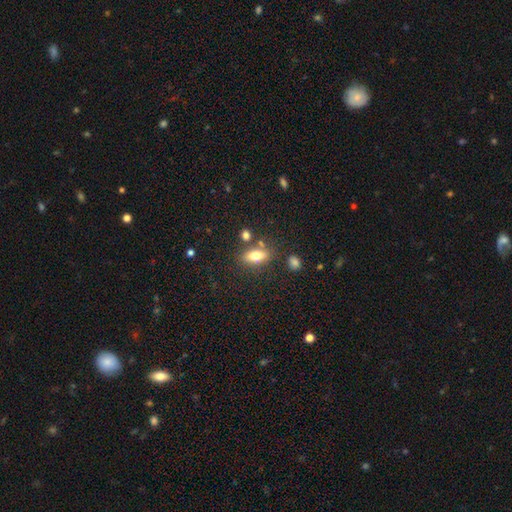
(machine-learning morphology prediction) type=smooth (76%); roundness=in between (81%); merging=none (73%).